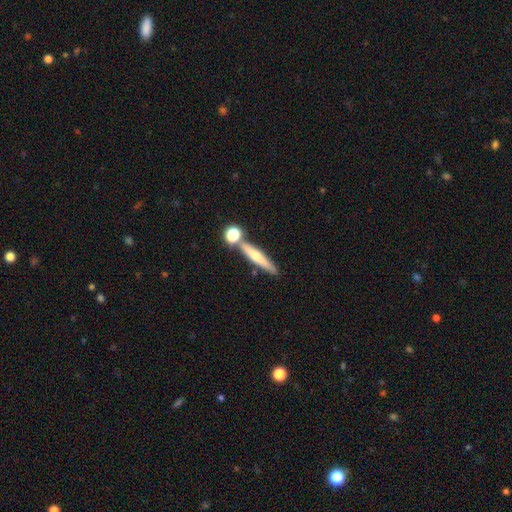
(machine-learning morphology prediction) smooth 53%, featured or disk 39%, star or artifact 8%. Down the decision tree: how rounded — cigar-shaped (82%); merging — none (67%).